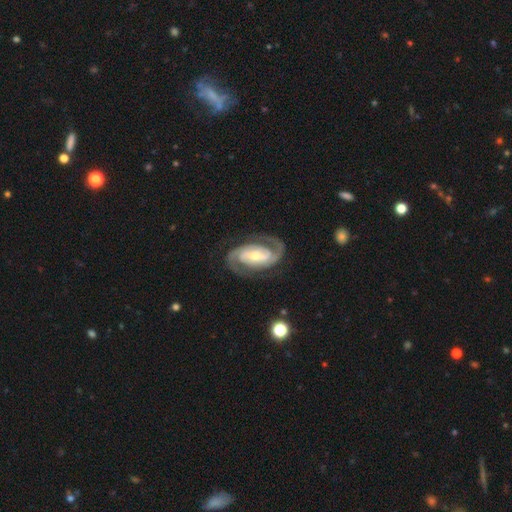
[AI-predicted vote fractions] Morphology: type=featured or disk (91%); edge-on=no (97%); bar=weak (37%); spiral arms=yes (98%); winding=medium (49%); arm count=2 (92%); bulge=moderate (51%); merging=none (82%).